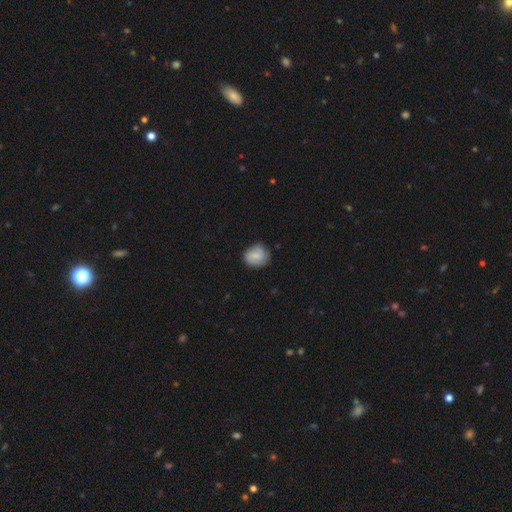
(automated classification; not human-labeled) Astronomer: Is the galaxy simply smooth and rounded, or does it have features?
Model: smooth — 73%.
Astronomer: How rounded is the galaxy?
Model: round — 71%.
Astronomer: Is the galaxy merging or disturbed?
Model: none — 72%.